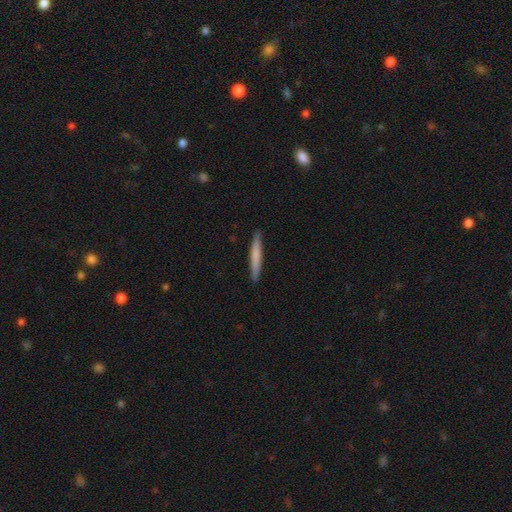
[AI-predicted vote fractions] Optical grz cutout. It shows a smooth galaxy with no disk features (67%) that is cigar-shaped (96%). Merging: none (91%).